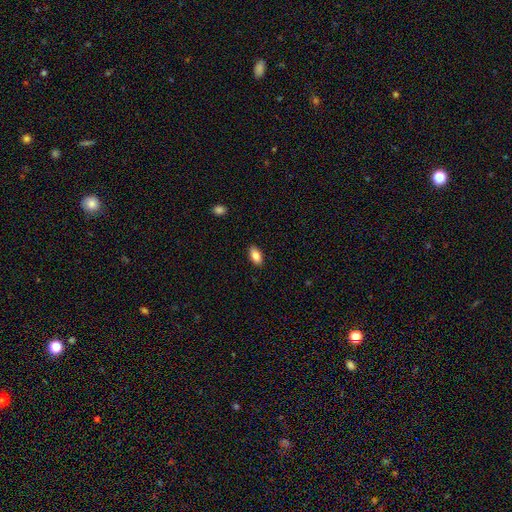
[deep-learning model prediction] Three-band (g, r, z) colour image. It shows a smooth galaxy with no disk features (85%) that is in between round and cigar-shaped (92%). Merging: none (89%).